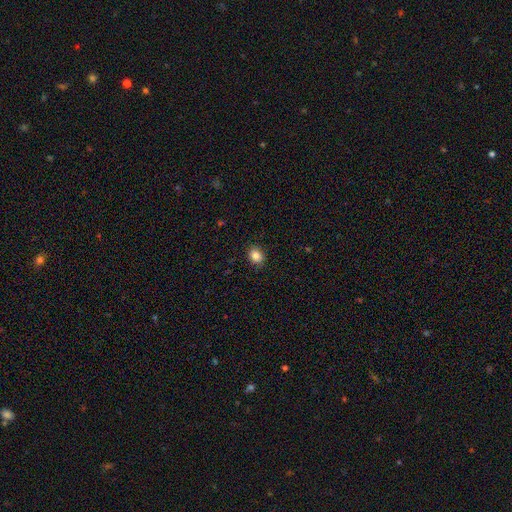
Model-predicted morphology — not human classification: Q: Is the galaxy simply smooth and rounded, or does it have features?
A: smooth — 85%.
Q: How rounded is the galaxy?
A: round — 51%.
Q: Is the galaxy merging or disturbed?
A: none — 90%.